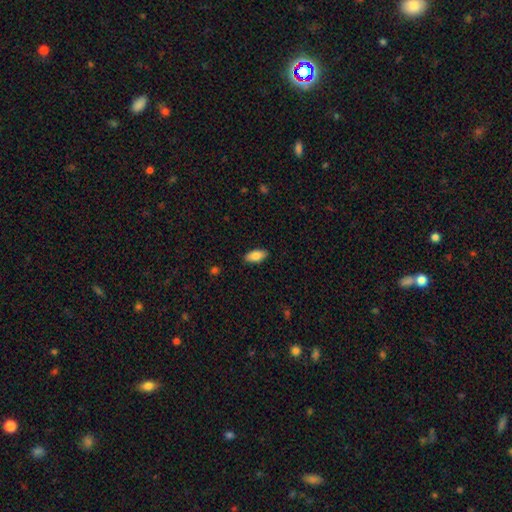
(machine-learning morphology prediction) A smooth galaxy with no disk features (83%) that is in between round and cigar-shaped (89%). Merging: none (89%).